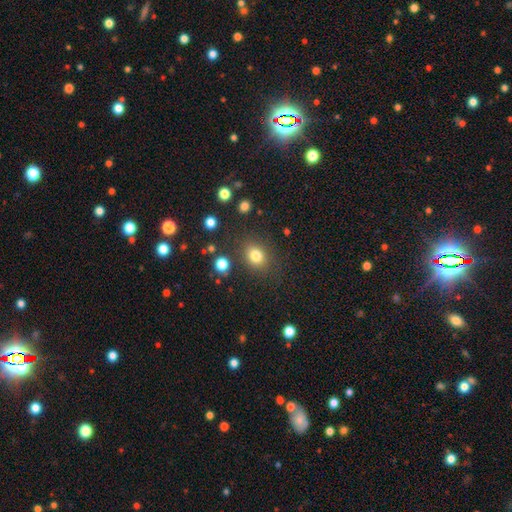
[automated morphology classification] Q: Smooth or featured?
A: smooth (80%); runner-up: star or artifact (13%)
Q: How rounded?
A: round (60%); runner-up: in between (39%)
Q: Merging?
A: none (80%); runner-up: minor disturbance (12%)